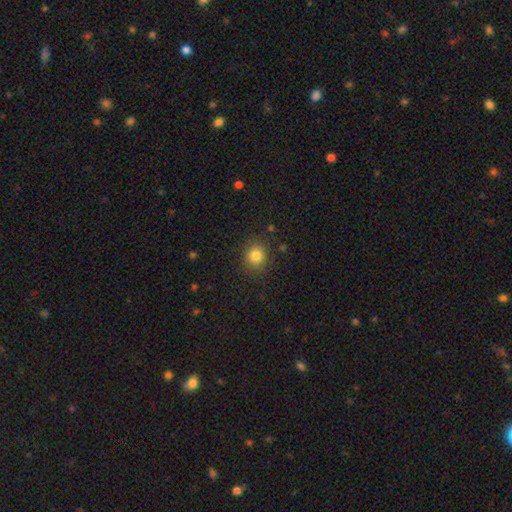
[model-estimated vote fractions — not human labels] Overall: smooth (82%). How rounded: round (83%). Merging: none (87%).